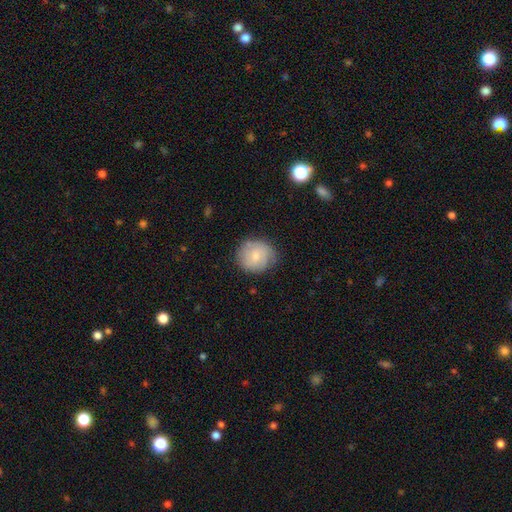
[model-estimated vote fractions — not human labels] smooth 64%, featured or disk 30%, star or artifact 7%. Down the decision tree: how rounded — round (87%); merging — none (73%).